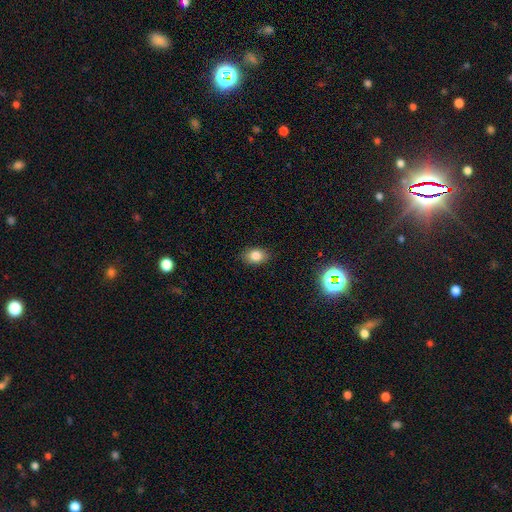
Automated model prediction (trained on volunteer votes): smooth 81%, star or artifact 11%, featured or disk 8%. Down the decision tree: how rounded — in between (77%); merging — none (86%).